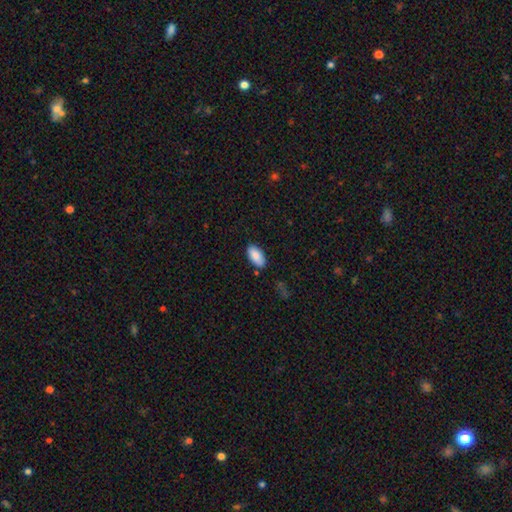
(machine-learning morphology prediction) Smooth or featured? Predicted: smooth (p=0.86). How rounded? Predicted: in between (p=0.94). Merging? Predicted: none (p=0.84).